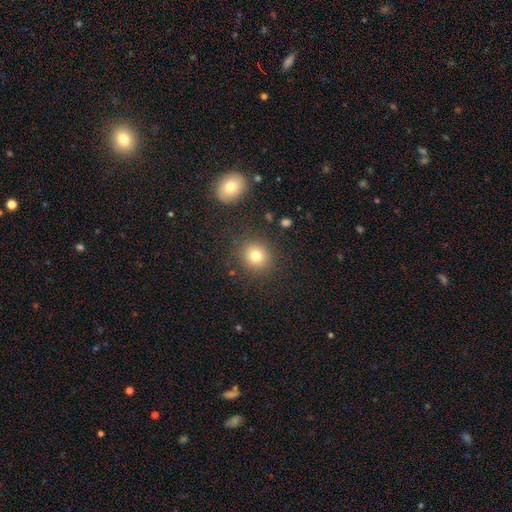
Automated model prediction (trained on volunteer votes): Smooth or featured? Predicted: smooth (p=0.78). How rounded? Predicted: round (p=0.90). Merging? Predicted: none (p=0.87).